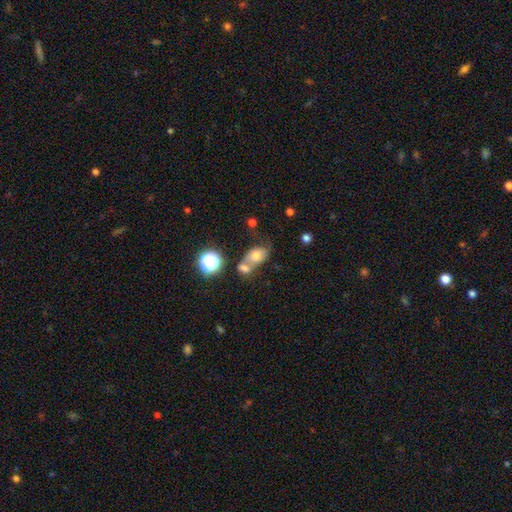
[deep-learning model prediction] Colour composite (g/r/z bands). It shows a smooth galaxy with no disk features (67%) that is in between round and cigar-shaped (73%). Merging: merger (48%).